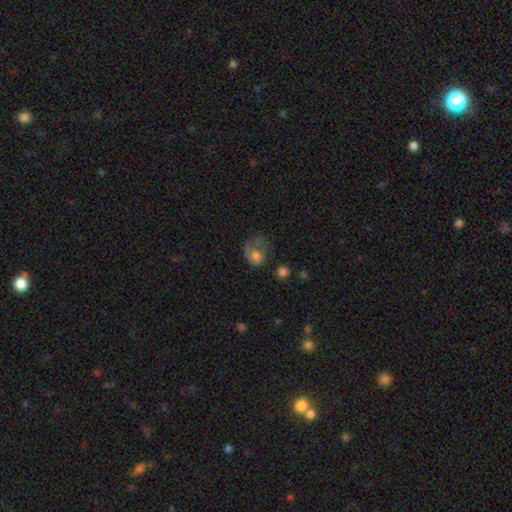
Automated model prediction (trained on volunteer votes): Q: Smooth or featured?
A: smooth (66%); runner-up: featured or disk (24%)
Q: How rounded?
A: in between (54%); runner-up: round (45%)
Q: Merging?
A: major disturbance (49%); runner-up: minor disturbance (24%)